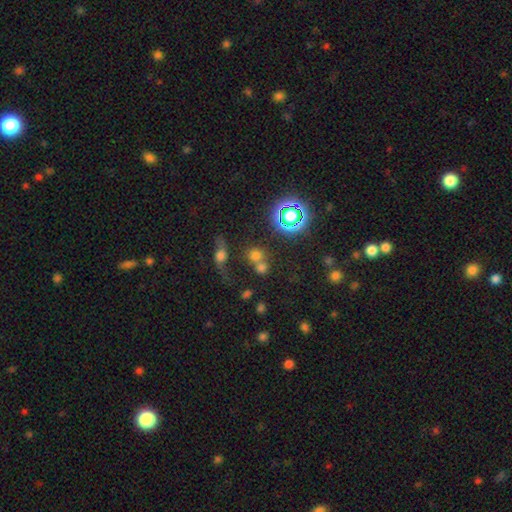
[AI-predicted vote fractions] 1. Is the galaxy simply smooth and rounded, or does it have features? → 65% smooth, 24% star or artifact, 11% featured or disk.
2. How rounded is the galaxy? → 81% round, 17% in between, 2% cigar-shaped.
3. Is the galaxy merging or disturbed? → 44% none, 41% merger, 9% minor disturbance, 7% major disturbance.